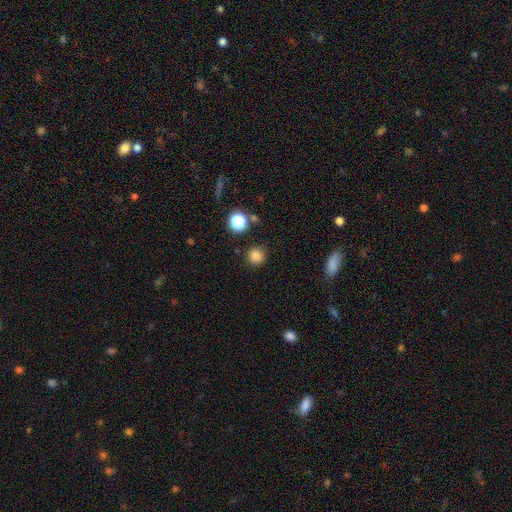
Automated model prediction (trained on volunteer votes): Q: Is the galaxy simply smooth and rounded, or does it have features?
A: smooth — 82%.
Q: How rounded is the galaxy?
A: round — 93%.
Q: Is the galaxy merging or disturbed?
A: none — 88%.